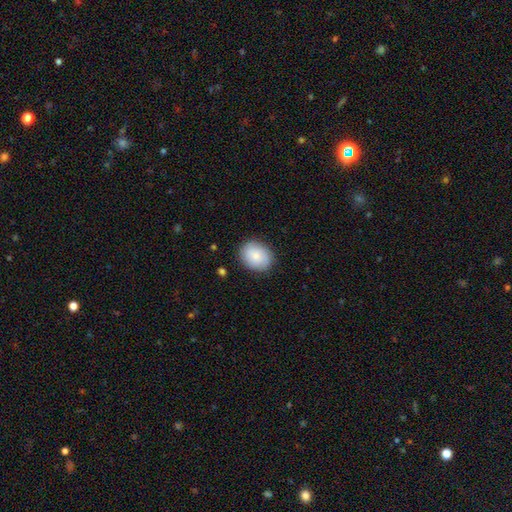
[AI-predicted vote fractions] smooth-or-featured: smooth: 80% | featured or disk: 13% | star or artifact: 6%
  how-rounded: round: 52% | in between: 47% | cigar-shaped: 1%
  merging: none: 85% | minor disturbance: 11% | major disturbance: 3% | merger: 1%